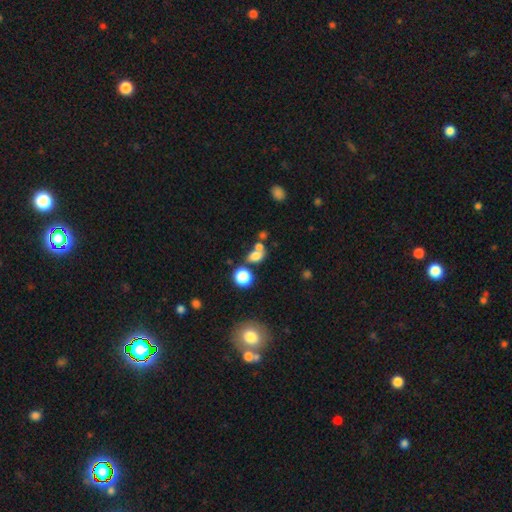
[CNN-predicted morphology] A smooth galaxy with no disk features (71%) that is in between round and cigar-shaped (56%). Merging: merger (46%).